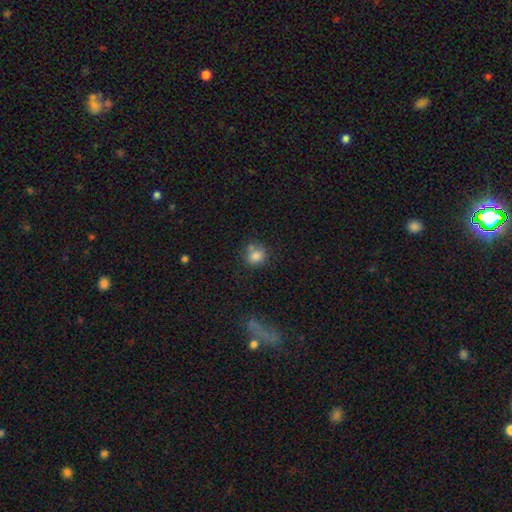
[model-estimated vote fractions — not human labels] Smooth or featured?
  - smooth: 80% *
  - star or artifact: 11%
  - featured or disk: 9%
How rounded?
  - round: 72% *
  - in between: 27%
  - cigar-shaped: 1%
Merging?
  - none: 55% *
  - merger: 19%
  - minor disturbance: 18%
  - major disturbance: 7%